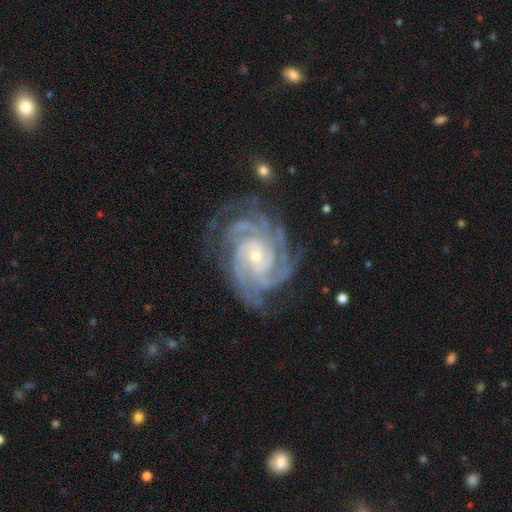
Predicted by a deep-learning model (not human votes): Morphology: type=featured or disk (92%); edge-on=no (98%); bar=no (67%); spiral arms=yes (99%); winding=tight (72%); arm count=4 (36%); bulge=small (69%); merging=none (73%).